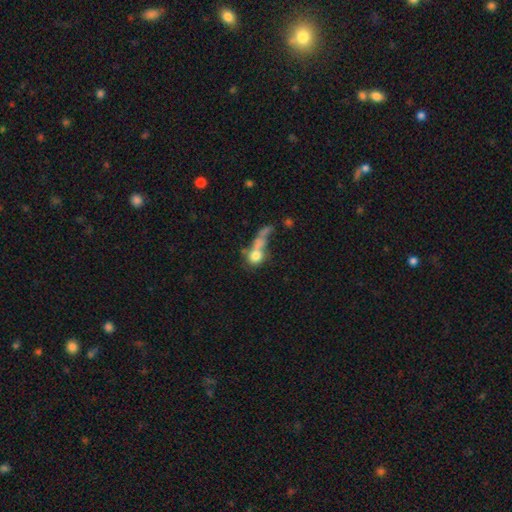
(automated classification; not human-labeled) Smooth or featured?
  - smooth: 63% *
  - featured or disk: 25%
  - star or artifact: 12%
How rounded?
  - round: 55% *
  - in between: 36%
  - cigar-shaped: 9%
Merging?
  - merger: 38% *
  - major disturbance: 31%
  - none: 20%
  - minor disturbance: 11%